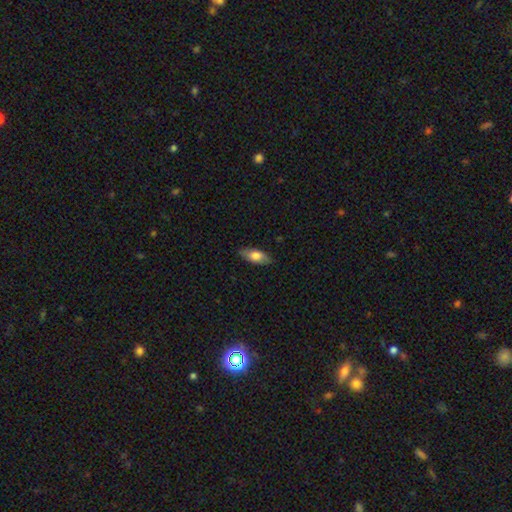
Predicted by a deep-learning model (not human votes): smooth 75%, featured or disk 19%, star or artifact 6%. Down the decision tree: how rounded — in between (83%); merging — none (85%).